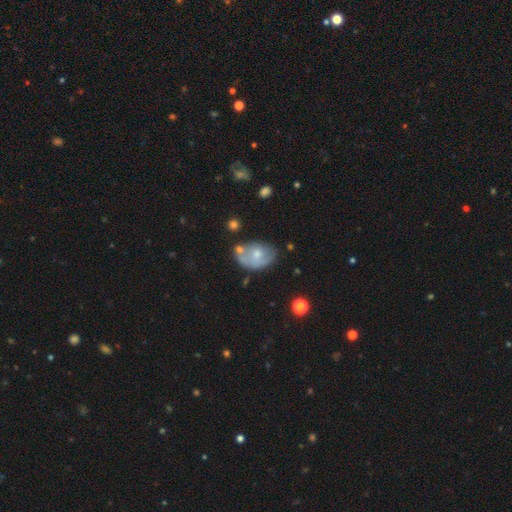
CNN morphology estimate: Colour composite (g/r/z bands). It shows a smooth galaxy with no disk features (58%) that is in between round and cigar-shaped (81%). Merging: none (47%).